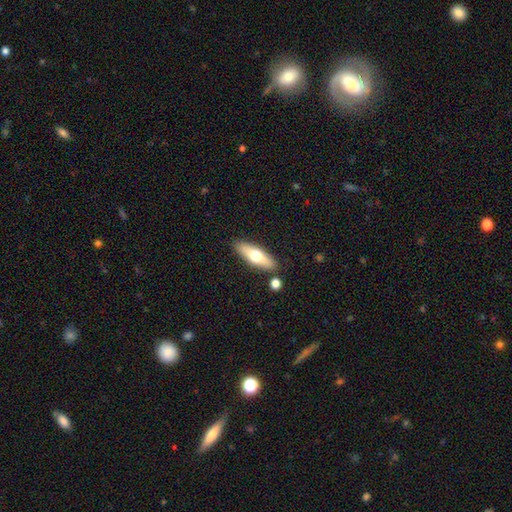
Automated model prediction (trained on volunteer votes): This appears to be a smooth galaxy with no disk features (57%) that is cigar-shaped (50%). Merging: none (85%).